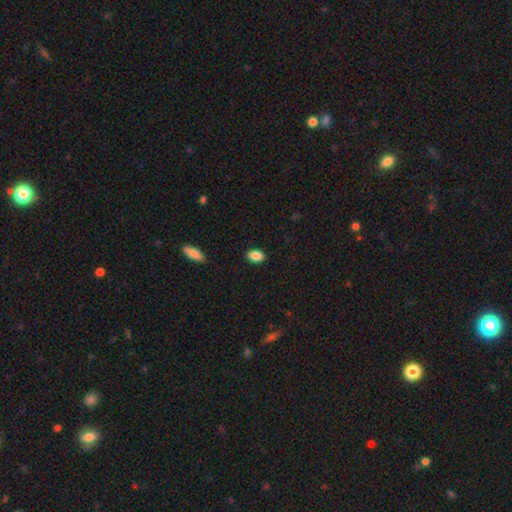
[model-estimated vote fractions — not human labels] Morphology: type=smooth (88%); roundness=in between (86%); merging=none (89%).